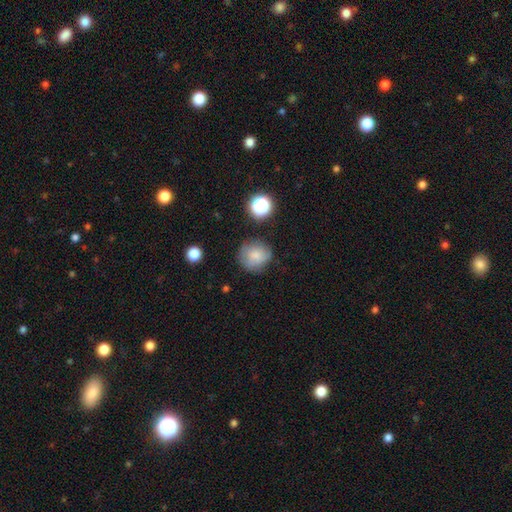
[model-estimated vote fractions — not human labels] This appears to be a smooth galaxy with no disk features (77%) that is round (87%). Merging: none (70%).